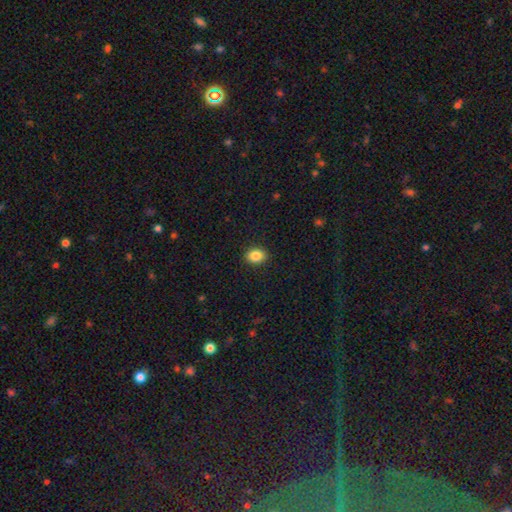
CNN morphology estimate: Q: Smooth or featured?
A: smooth (86%); runner-up: star or artifact (9%)
Q: How rounded?
A: in between (59%); runner-up: round (40%)
Q: Merging?
A: none (90%); runner-up: minor disturbance (7%)